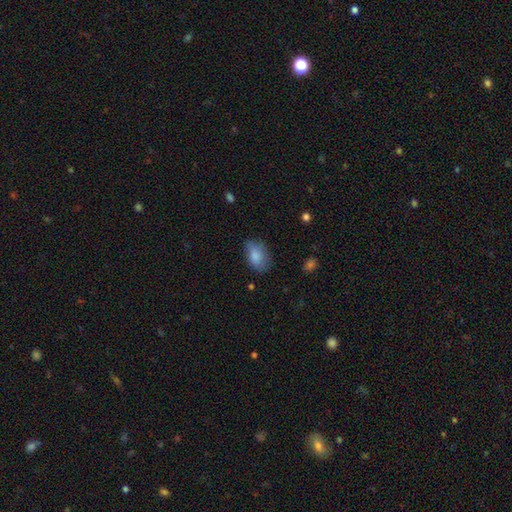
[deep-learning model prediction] This is clearly a smooth galaxy (83%). How rounded: clearly in between (89%). Merging: likely none (64%).